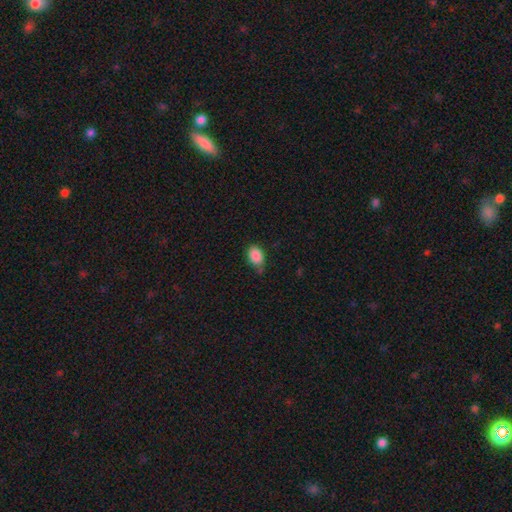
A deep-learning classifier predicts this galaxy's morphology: Smooth or featured?
  - smooth: 87% *
  - star or artifact: 8%
  - featured or disk: 5%
How rounded?
  - in between: 80% *
  - round: 19%
  - cigar-shaped: 1%
Merging?
  - none: 68% *
  - minor disturbance: 23%
  - merger: 4%
  - major disturbance: 4%